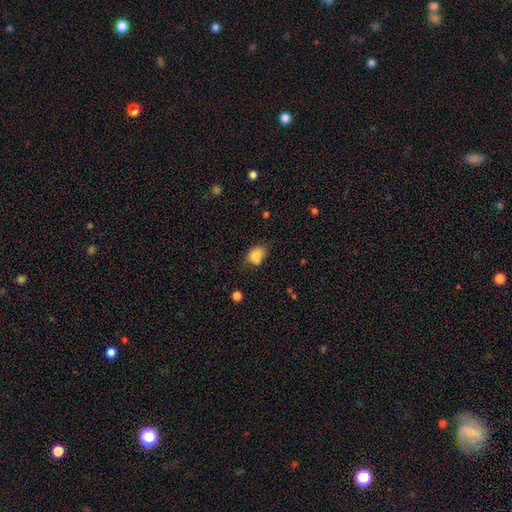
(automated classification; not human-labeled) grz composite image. It shows a smooth galaxy with no disk features (83%) that is in between round and cigar-shaped (66%). Merging: none (60%).